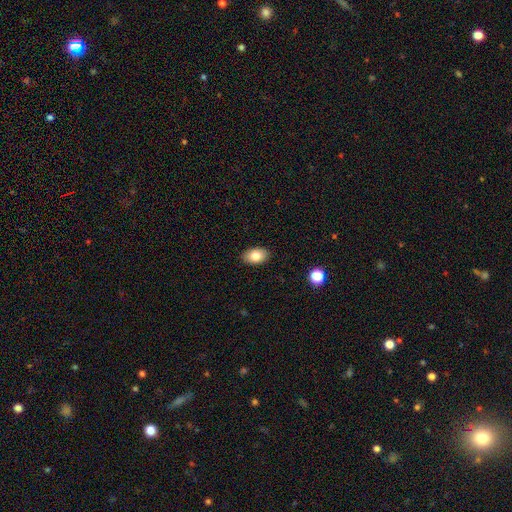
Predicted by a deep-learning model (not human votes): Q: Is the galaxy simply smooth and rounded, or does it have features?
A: smooth — 82%.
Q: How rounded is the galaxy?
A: in between — 89%.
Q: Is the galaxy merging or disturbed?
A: none — 89%.